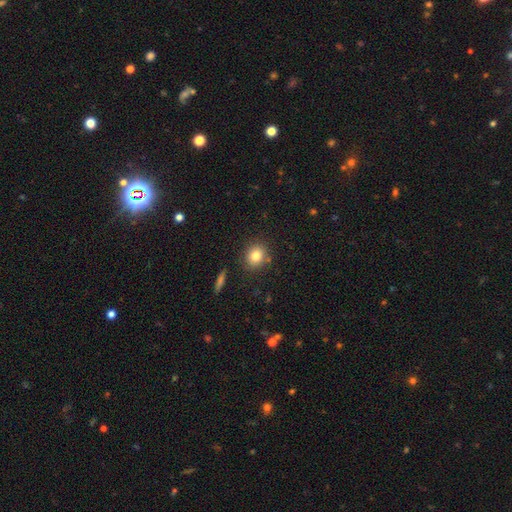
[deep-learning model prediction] The model was most divided on "how rounded": round: 70%, in between: 29%, cigar-shaped: 1%. More confident: merging — none (83%); smooth or featured — smooth (82%).